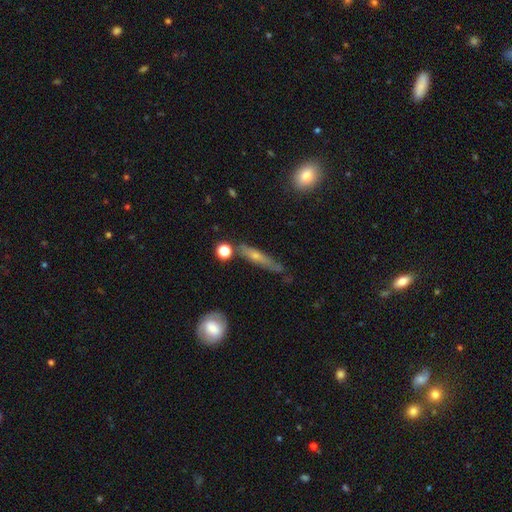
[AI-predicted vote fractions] Q: Smooth or featured?
A: smooth (52%); runner-up: featured or disk (39%)
Q: How rounded?
A: cigar-shaped (81%); runner-up: in between (13%)
Q: Merging?
A: none (65%); runner-up: minor disturbance (21%)